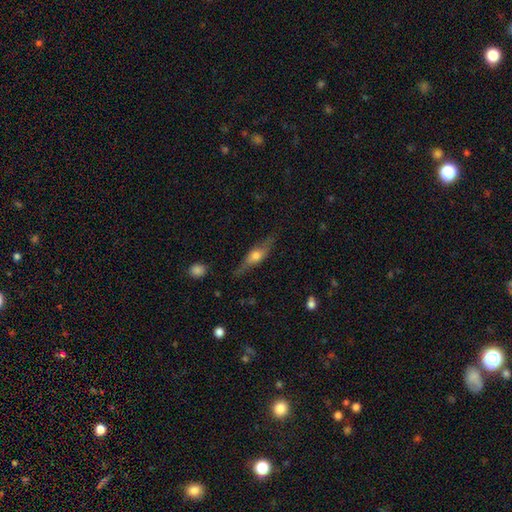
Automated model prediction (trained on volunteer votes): Q: Smooth or featured?
A: featured or disk (55%); runner-up: smooth (38%)
Q: Edge-on disk?
A: yes (88%); runner-up: no (12%)
Q: Merging?
A: none (76%); runner-up: minor disturbance (17%)